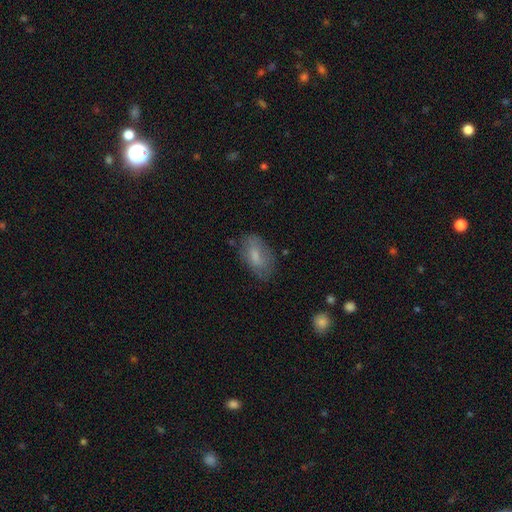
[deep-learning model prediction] Smooth or featured: smooth — 69% (featured or disk — 23%)
How rounded: in between — 91% (round — 6%)
Merging: none — 67% (minor disturbance — 23%)